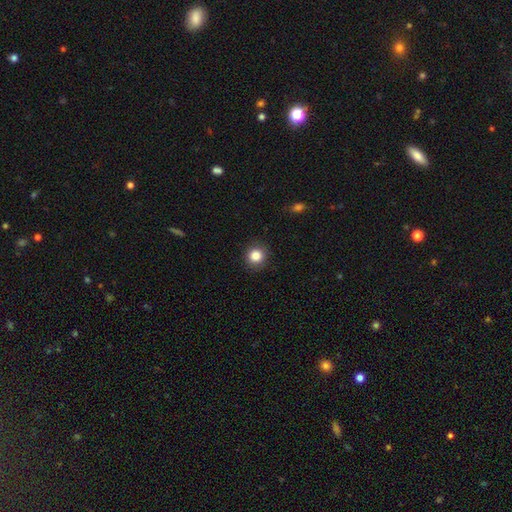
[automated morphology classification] type=smooth (85%); roundness=round (92%); merging=none (91%).